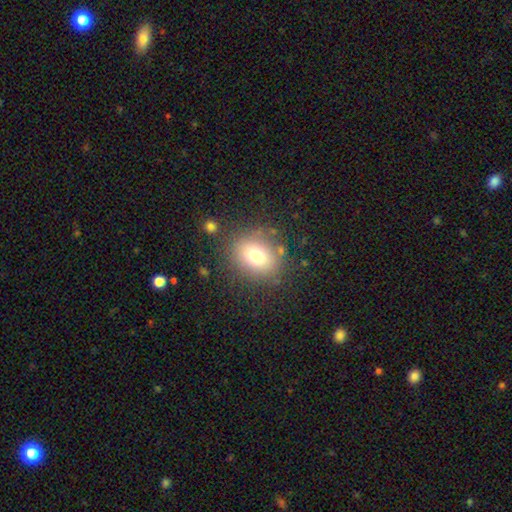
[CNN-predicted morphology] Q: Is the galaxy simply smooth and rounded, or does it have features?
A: smooth — 73%.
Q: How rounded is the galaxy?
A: round — 60%.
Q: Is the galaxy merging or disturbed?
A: none — 80%.